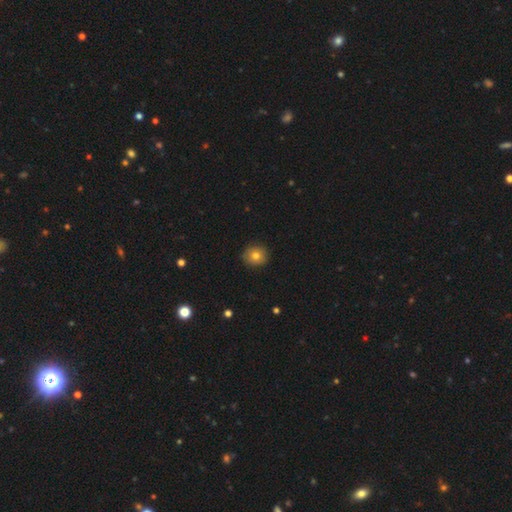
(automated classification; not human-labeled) Smooth or featured: smooth — 78% (featured or disk — 11%)
How rounded: round — 87% (in between — 12%)
Merging: none — 89% (minor disturbance — 8%)